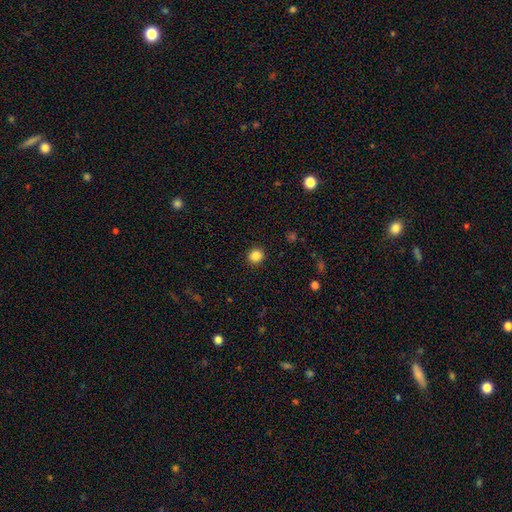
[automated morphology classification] smooth_or_featured: smooth (p=0.85) [alt: star or artifact p=0.11]
how_rounded: round (p=0.88) [alt: in between p=0.12]
merging: none (p=0.92) [alt: minor disturbance p=0.05]